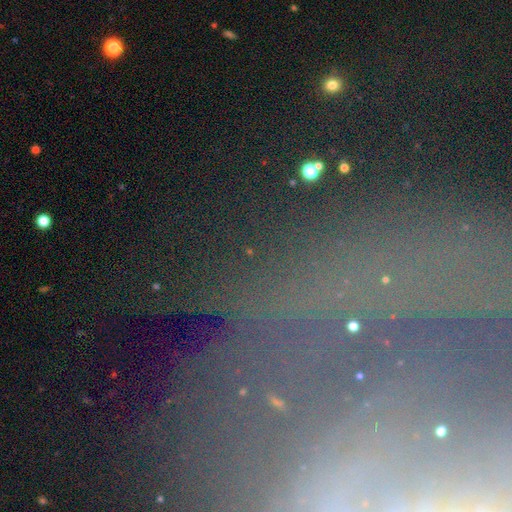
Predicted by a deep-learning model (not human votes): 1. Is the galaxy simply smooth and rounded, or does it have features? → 53% star or artifact, 29% featured or disk, 17% smooth.